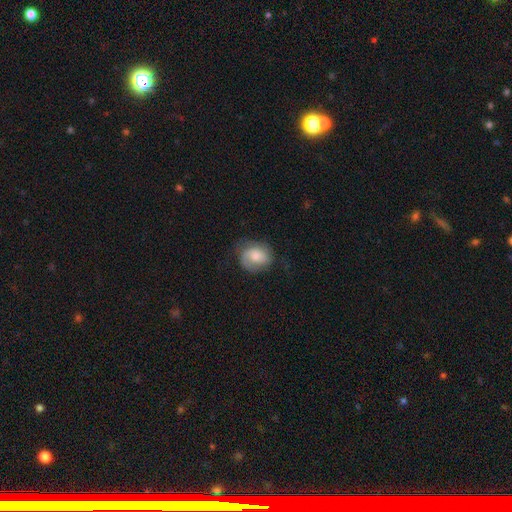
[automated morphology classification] smooth-or-featured: smooth: 49% | featured or disk: 43% | star or artifact: 8%
  merging: none: 62% | minor disturbance: 24% | major disturbance: 12% | merger: 1%